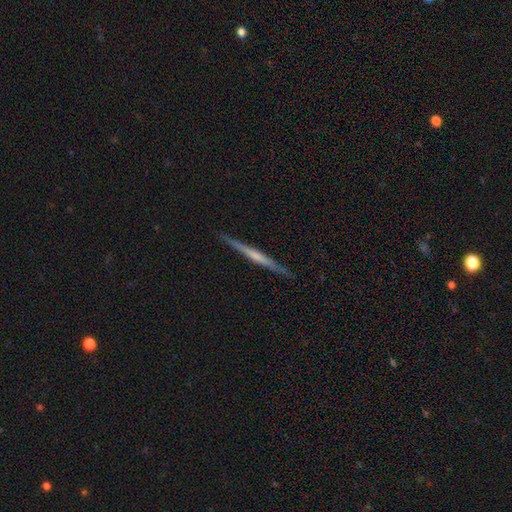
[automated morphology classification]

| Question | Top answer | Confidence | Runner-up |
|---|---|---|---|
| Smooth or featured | featured or disk | 69% | smooth (25%) |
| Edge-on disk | yes | 98% | no (2%) |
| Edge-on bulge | none | 45% | rounded (40%) |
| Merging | none | 91% | minor disturbance (7%) |